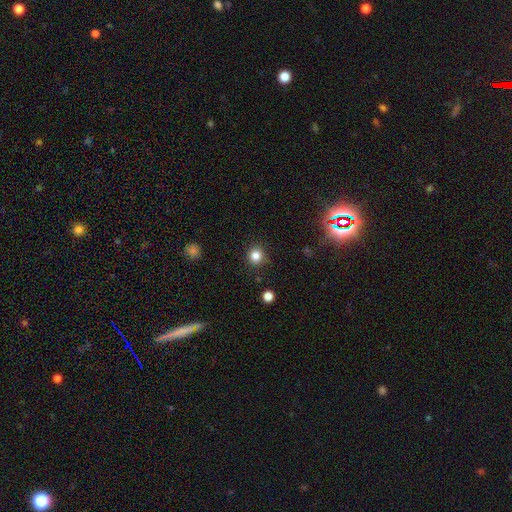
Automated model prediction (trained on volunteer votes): Q: Smooth or featured?
A: smooth (82%); runner-up: star or artifact (13%)
Q: How rounded?
A: round (92%); runner-up: in between (7%)
Q: Merging?
A: none (89%); runner-up: minor disturbance (7%)